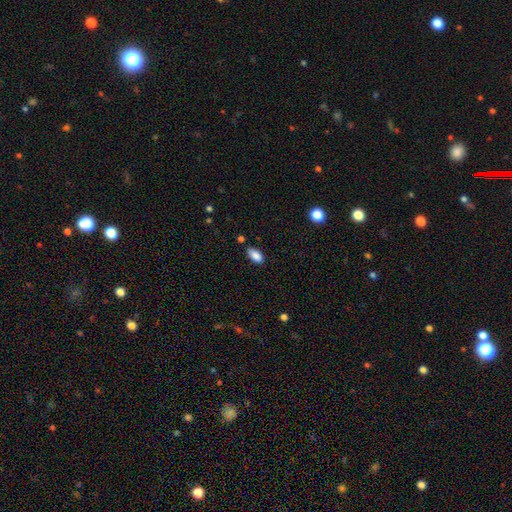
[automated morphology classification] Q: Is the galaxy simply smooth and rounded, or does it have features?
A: smooth — 88%.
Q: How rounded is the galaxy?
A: in between — 91%.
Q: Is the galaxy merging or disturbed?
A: none — 81%.